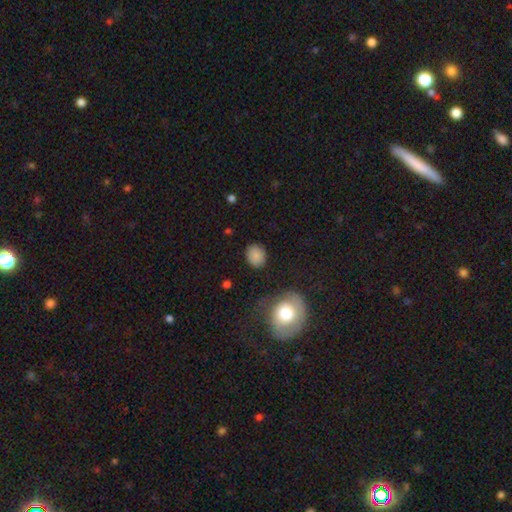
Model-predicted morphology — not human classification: type=smooth (85%); roundness=round (61%); merging=none (84%).